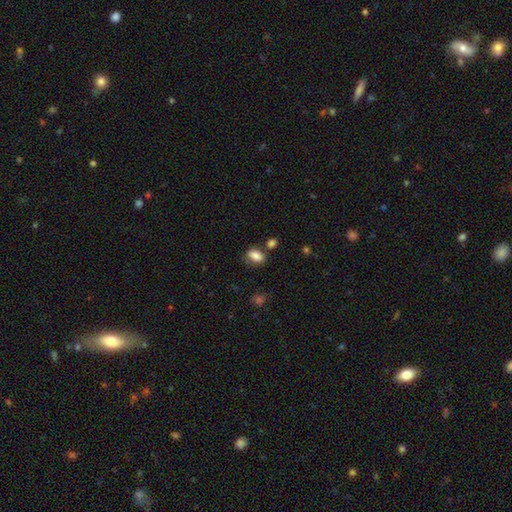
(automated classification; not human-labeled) A smooth galaxy with no disk features (84%) that is in between round and cigar-shaped (86%). Merging: none (65%).